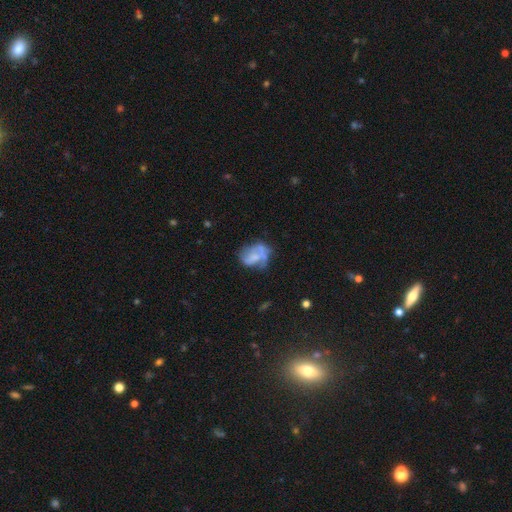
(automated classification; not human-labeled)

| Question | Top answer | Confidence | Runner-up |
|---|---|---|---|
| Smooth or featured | featured or disk | 51% | smooth (39%) |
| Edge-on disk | no | 98% | yes (2%) |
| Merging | none | 33% | major disturbance (30%) |